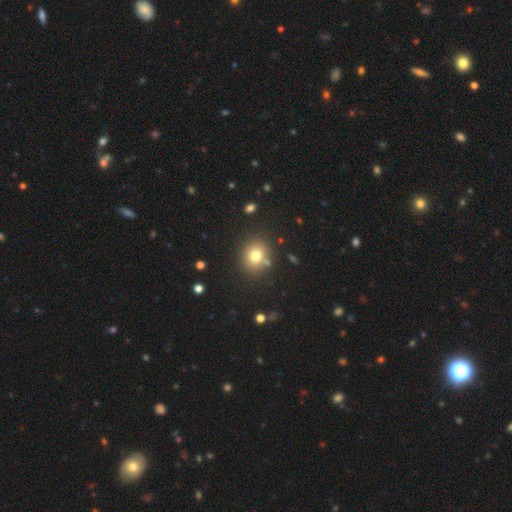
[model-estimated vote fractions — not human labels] smooth_or_featured: smooth (p=0.75) [alt: star or artifact p=0.14]
how_rounded: round (p=0.76) [alt: in between p=0.23]
merging: none (p=0.81) [alt: minor disturbance p=0.09]